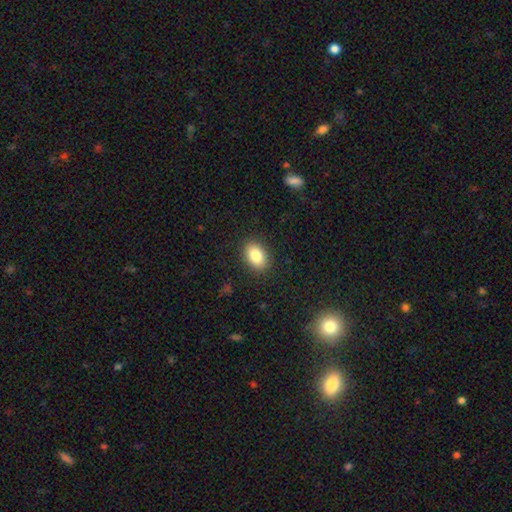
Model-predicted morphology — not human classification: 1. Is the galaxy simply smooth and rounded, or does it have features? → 84% smooth, 8% star or artifact, 8% featured or disk.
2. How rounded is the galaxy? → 82% in between, 17% round, 1% cigar-shaped.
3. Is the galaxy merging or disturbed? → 89% none, 8% minor disturbance, 2% major disturbance, 1% merger.